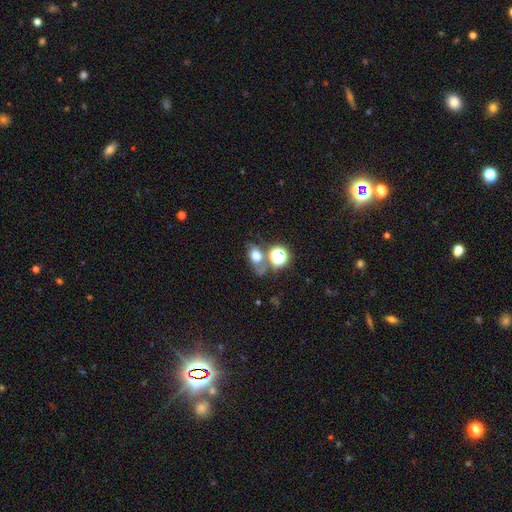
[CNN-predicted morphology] A smooth galaxy with no disk features (61%) that is in between round and cigar-shaped (64%).

Vote fractions:
- Smooth or featured? smooth: 61% / star or artifact: 21% / featured or disk: 17%
- How rounded? in between: 64% / round: 34% / cigar-shaped: 3%
- Merging? none: 52% / merger: 25% / minor disturbance: 14% / major disturbance: 9%